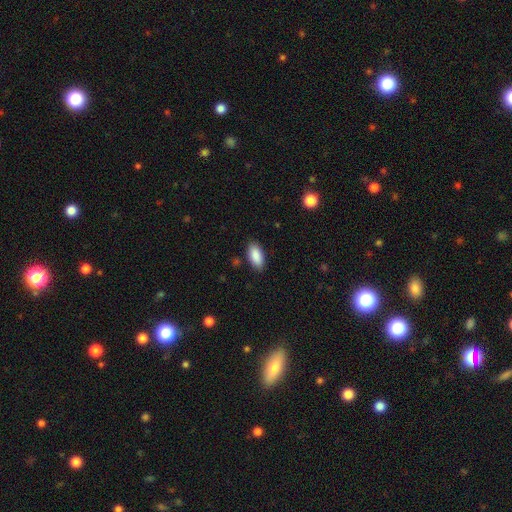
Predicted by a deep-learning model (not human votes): The model was most divided on "merging": none: 86%, minor disturbance: 10%, major disturbance: 2%, merger: 1%. More confident: how rounded — in between (91%); smooth or featured — smooth (89%).